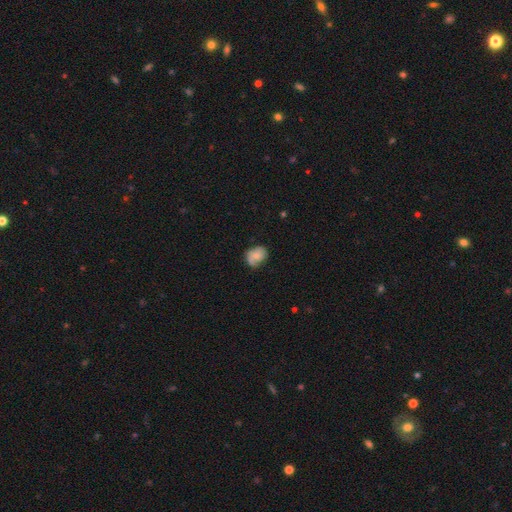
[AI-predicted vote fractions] smooth 60%, featured or disk 32%, star or artifact 9%. Down the decision tree: how rounded — in between (53%); merging — none (51%).